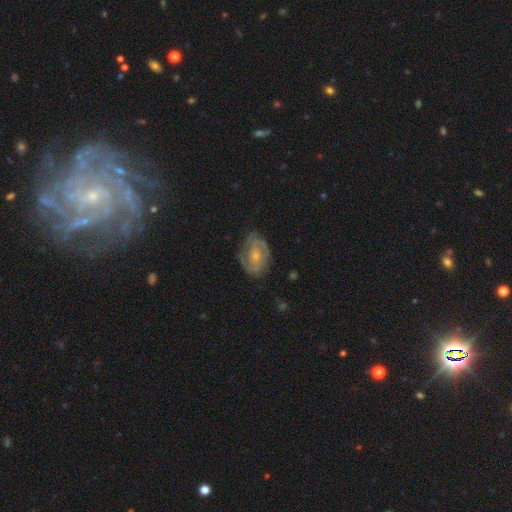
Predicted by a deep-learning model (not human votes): Smooth or featured? featured or disk (75%)
Edge-on disk? no (97%)
Bar? no (64%)
Spiral arms? yes (89%)
Spiral winding? tight (51%)
Spiral arm count? 2 (62%)
Bulge size? small (60%)
Merging? none (69%)